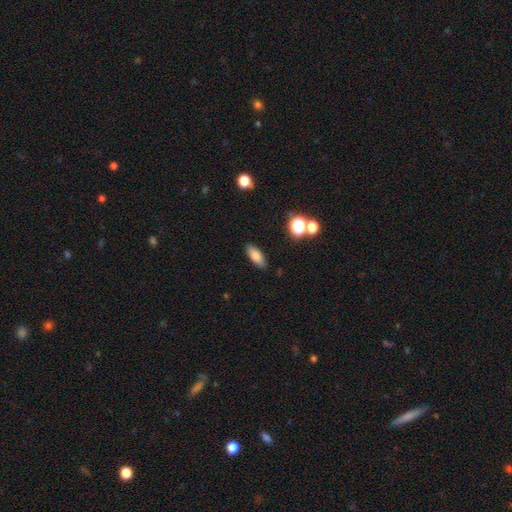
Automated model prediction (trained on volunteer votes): A smooth galaxy with no disk features (79%) that is in between round and cigar-shaped (77%).

Vote fractions:
- Smooth or featured? smooth: 79% / featured or disk: 11% / star or artifact: 10%
- How rounded? in between: 77% / cigar-shaped: 20% / round: 4%
- Merging? none: 87% / minor disturbance: 9% / major disturbance: 2% / merger: 2%